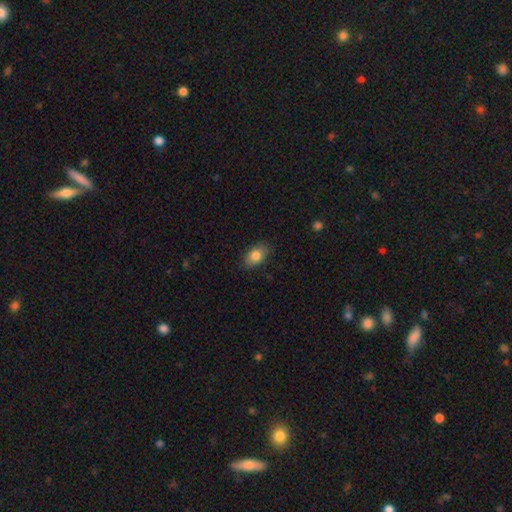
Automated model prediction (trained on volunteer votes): Smooth or featured: smooth — 82% (featured or disk — 10%)
How rounded: in between — 88% (round — 10%)
Merging: none — 85% (minor disturbance — 12%)